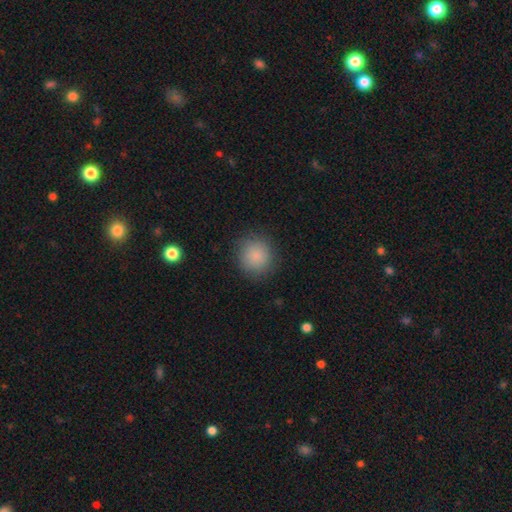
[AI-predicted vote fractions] smooth-or-featured: smooth: 87% | star or artifact: 9% | featured or disk: 5%
  how-rounded: round: 92% | in between: 7% | cigar-shaped: 1%
  merging: none: 87% | minor disturbance: 8% | major disturbance: 3% | merger: 1%